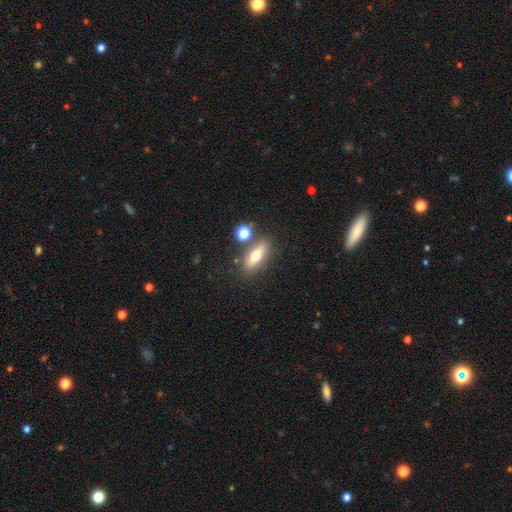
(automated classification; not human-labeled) The model was most divided on "how rounded": in between: 59%, cigar-shaped: 35%, round: 6%. More confident: merging — none (75%); smooth or featured — smooth (61%).